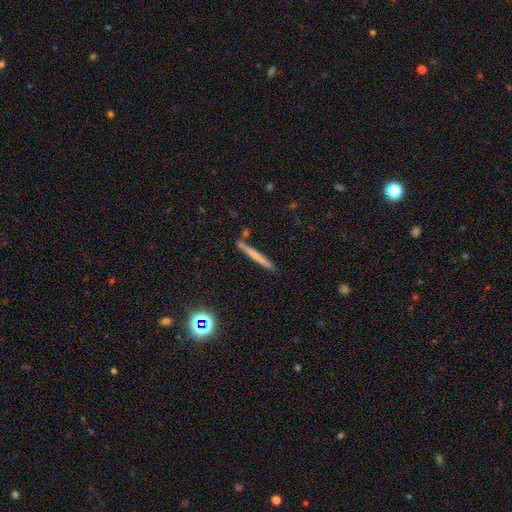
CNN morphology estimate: A smooth galaxy with no disk features (58%) that is cigar-shaped (96%). Merging: none (84%).